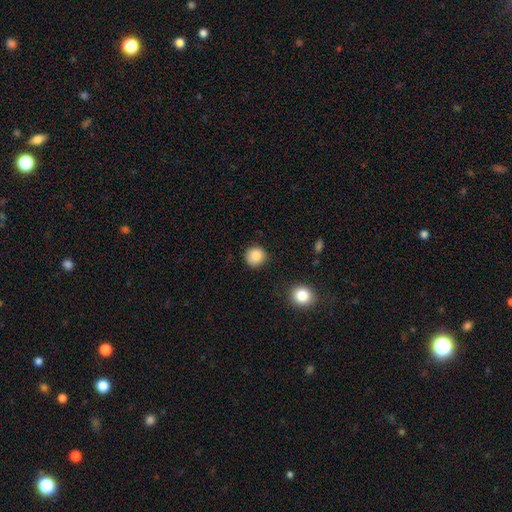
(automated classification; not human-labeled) This appears to be a smooth galaxy with no disk features (86%) that is round (92%). Merging: none (86%).